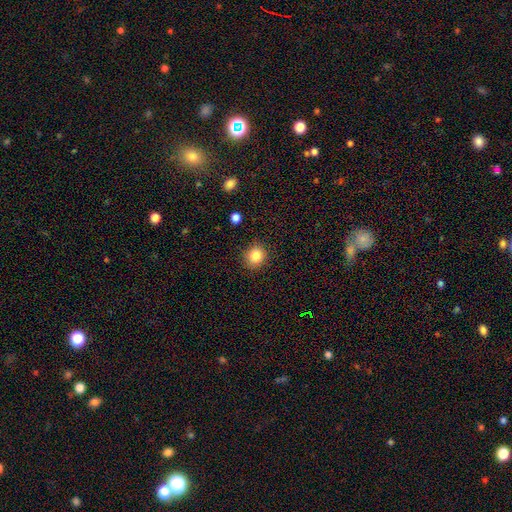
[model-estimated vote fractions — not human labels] Morphology: type=smooth (84%); roundness=round (83%); merging=none (88%).